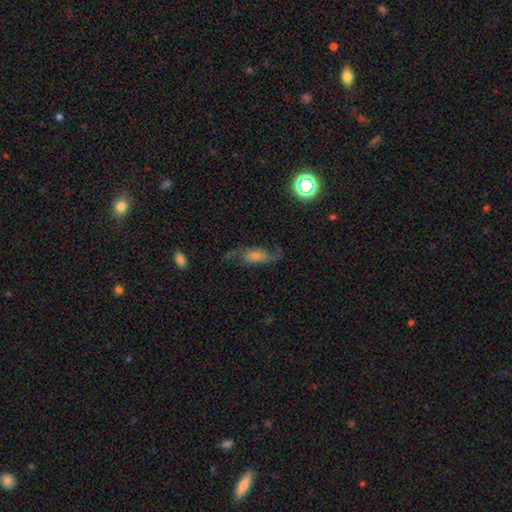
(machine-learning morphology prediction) Smooth or featured: featured or disk — 66% (smooth — 21%)
Edge-on disk: no — 89% (yes — 11%)
Bar: no — 56% (weak — 33%)
Spiral arms: yes — 92% (no — 8%)
Spiral winding: loose — 60% (medium — 31%)
Spiral arm count: 2 — 89% (can't tell — 5%)
Bulge size: moderate — 38% (small — 35%)
Merging: none — 66% (minor disturbance — 18%)